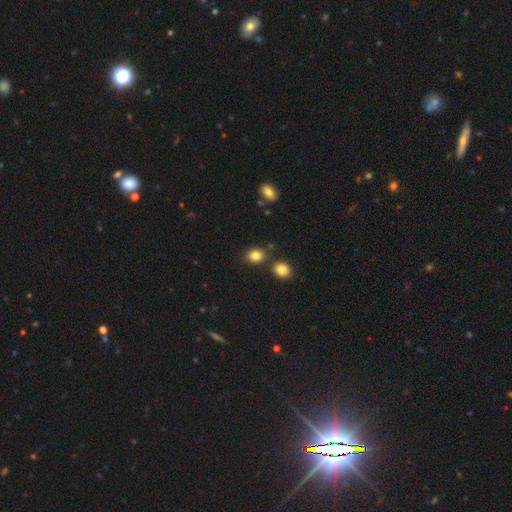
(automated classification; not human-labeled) Smooth or featured? Predicted: smooth (p=0.84). How rounded? Predicted: round (p=0.60). Merging? Predicted: none (p=0.77).